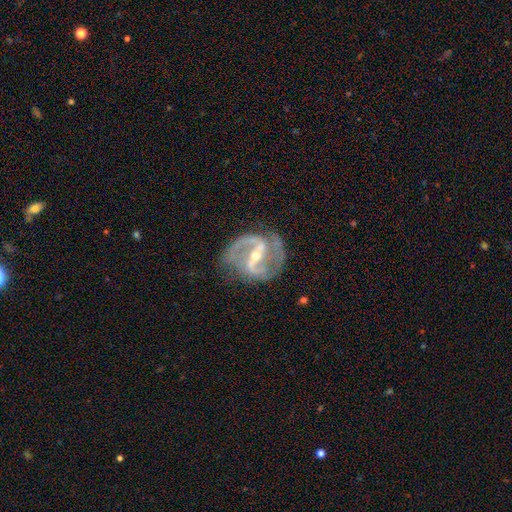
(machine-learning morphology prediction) Smooth or featured? featured or disk (91%)
Edge-on disk? no (97%)
Bar? strong (58%)
Spiral arms? yes (97%)
Spiral winding? medium (58%)
Spiral arm count? 2 (90%)
Bulge size? small (53%)
Merging? none (70%)